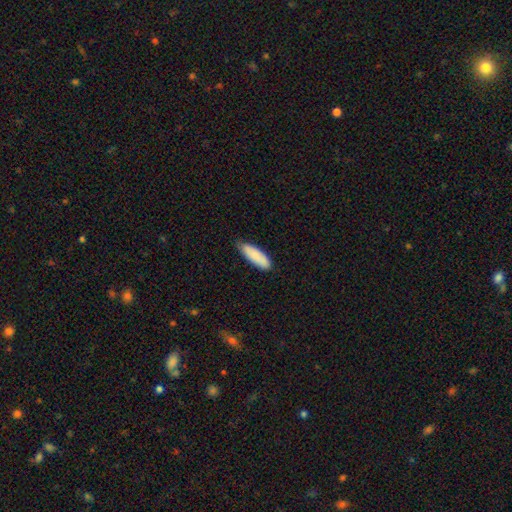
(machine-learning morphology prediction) type=smooth (87%); roundness=in between (56%); merging=none (78%).